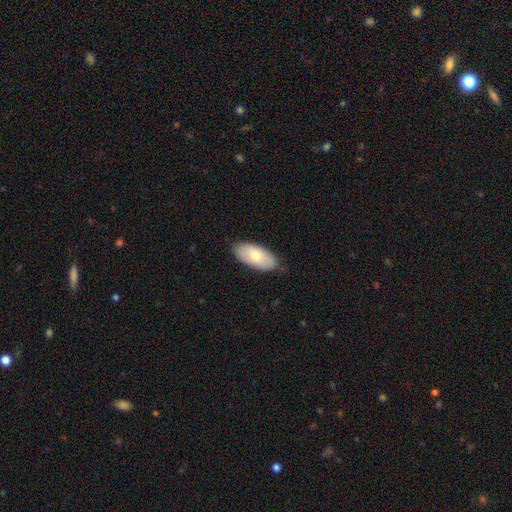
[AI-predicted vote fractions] Smooth or featured? Predicted: smooth (p=0.73). How rounded? Predicted: in between (p=0.92). Merging? Predicted: none (p=0.84).